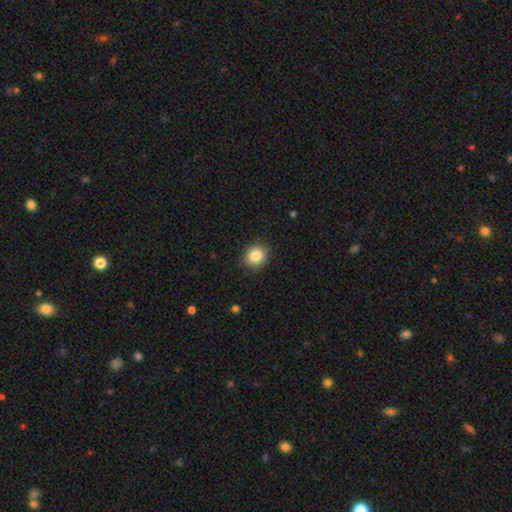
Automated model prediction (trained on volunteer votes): smooth 84%, star or artifact 10%, featured or disk 6%. Down the decision tree: how rounded — round (73%); merging — none (89%).